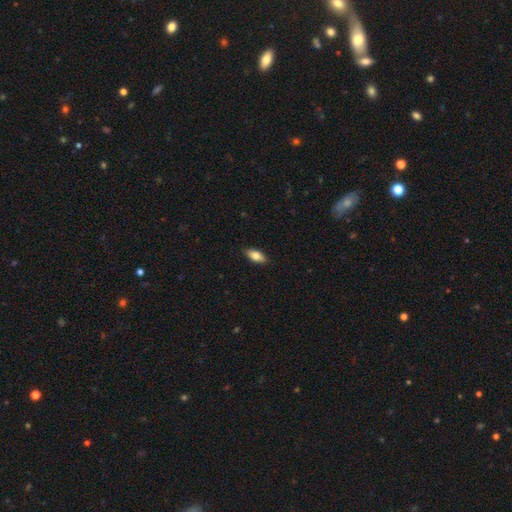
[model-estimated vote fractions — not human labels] Smooth or featured? Predicted: smooth (p=0.77). How rounded? Predicted: in between (p=0.84). Merging? Predicted: none (p=0.89).